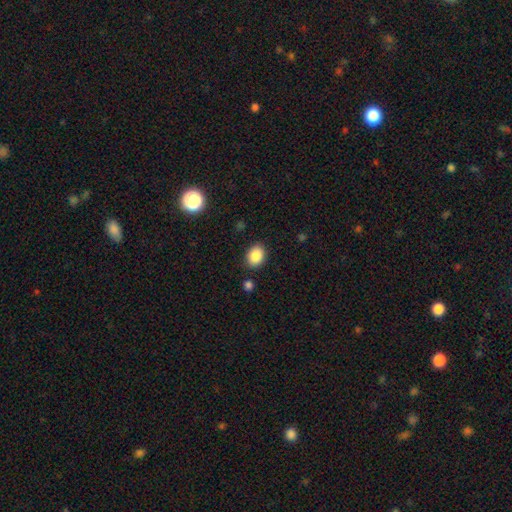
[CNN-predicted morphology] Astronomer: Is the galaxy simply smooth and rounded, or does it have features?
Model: smooth — 87%.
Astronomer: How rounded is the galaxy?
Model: in between — 65%.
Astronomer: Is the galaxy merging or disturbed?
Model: none — 85%.